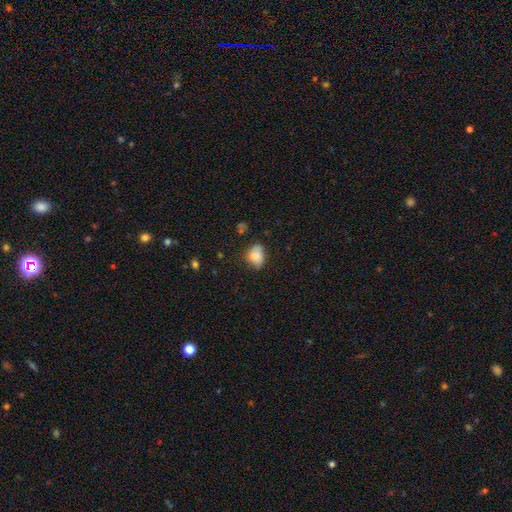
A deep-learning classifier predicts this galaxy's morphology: A smooth galaxy with no disk features (83%) that is in between round and cigar-shaped (70%). Merging: none (60%).